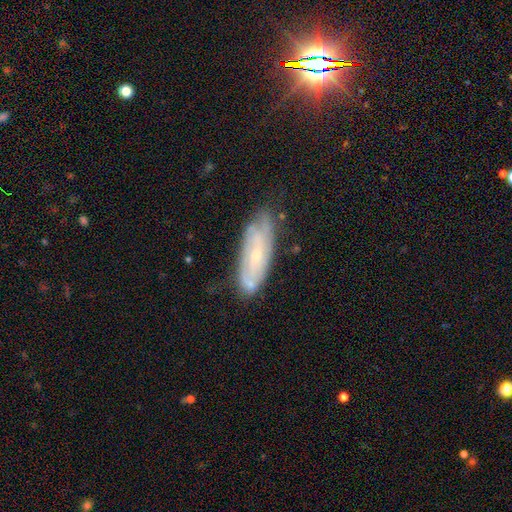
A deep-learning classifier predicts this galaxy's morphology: This appears to be a featured or disk galaxy (69%) with no bar (58%), spiral arms (86%) and a small central bulge (68%). Merging: none (71%).